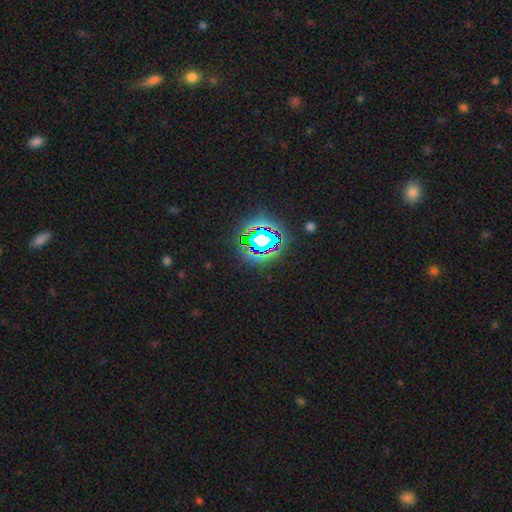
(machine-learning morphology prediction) A star or artifact, not a galaxy (80%).